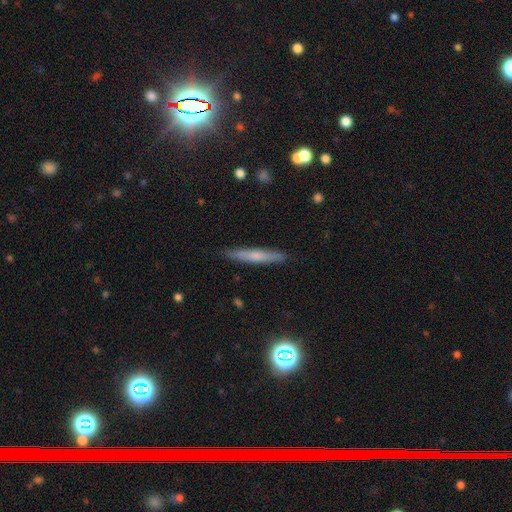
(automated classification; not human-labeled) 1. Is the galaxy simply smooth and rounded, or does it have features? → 55% smooth, 37% featured or disk, 8% star or artifact.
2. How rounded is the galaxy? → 93% cigar-shaped, 5% in between, 2% round.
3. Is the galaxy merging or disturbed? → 90% none, 8% minor disturbance, 2% major disturbance, 1% merger.